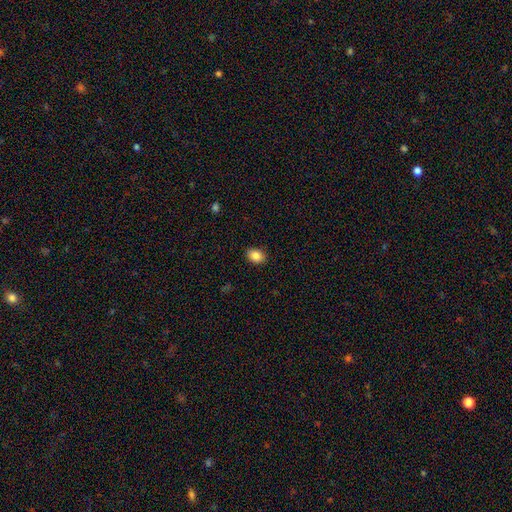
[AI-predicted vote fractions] A smooth galaxy with no disk features (86%) that is in between round and cigar-shaped (69%). Merging: none (90%).